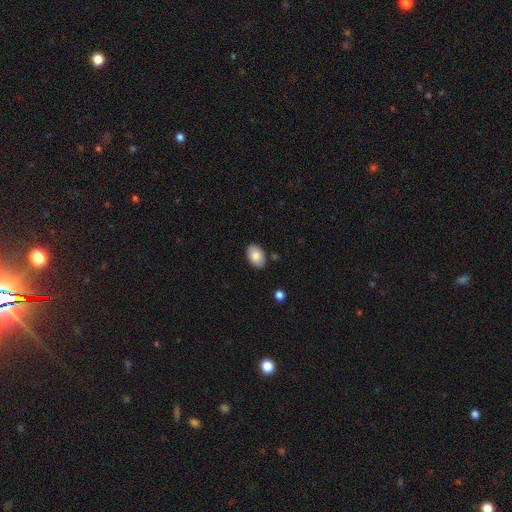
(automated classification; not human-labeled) smooth-or-featured: smooth: 83% | featured or disk: 11% | star or artifact: 7%
  how-rounded: in between: 91% | round: 8% | cigar-shaped: 1%
  merging: none: 86% | minor disturbance: 10% | major disturbance: 2% | merger: 2%